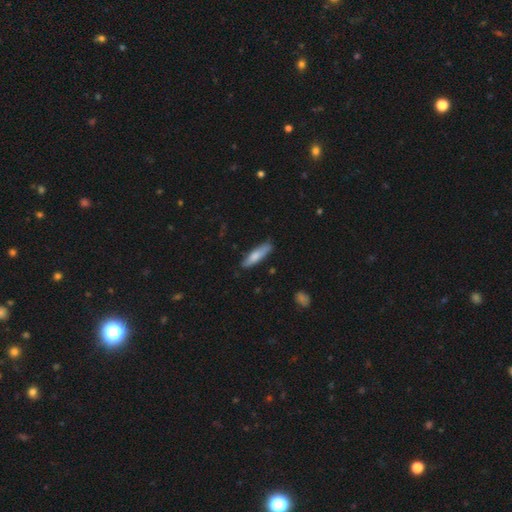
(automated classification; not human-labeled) This is likely a smooth galaxy (74%). How rounded: likely cigar-shaped (74%). Merging: clearly none (81%).